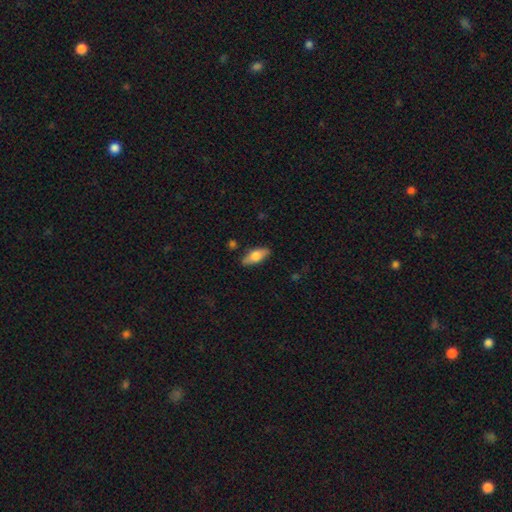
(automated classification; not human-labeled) Smooth or featured: smooth — 67% (featured or disk — 26%)
How rounded: in between — 78% (cigar-shaped — 19%)
Merging: none — 85% (minor disturbance — 11%)